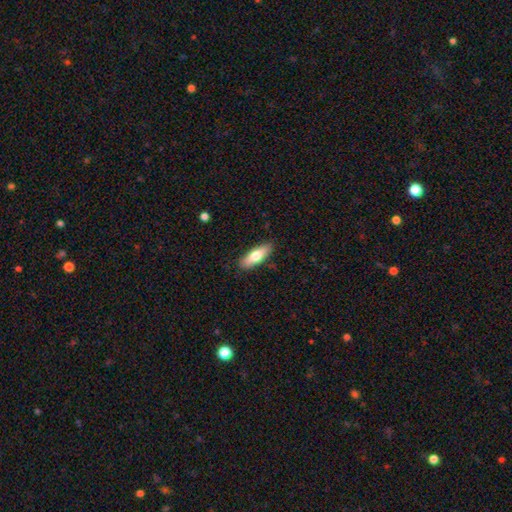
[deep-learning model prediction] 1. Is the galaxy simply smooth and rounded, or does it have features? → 70% smooth, 24% featured or disk, 6% star or artifact.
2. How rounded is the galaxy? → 58% in between, 40% cigar-shaped, 2% round.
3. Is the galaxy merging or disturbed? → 87% none, 10% minor disturbance, 2% major disturbance, 1% merger.